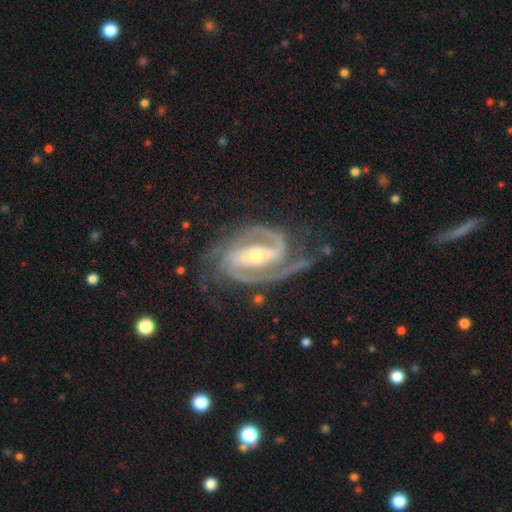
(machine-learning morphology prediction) This is clearly a featured or disk galaxy (94%). It is clearly not viewed edge-on (97%). Bar: possibly strong (51%). Spiral arm pattern: clearly yes (99%). Spiral arm count: likely 2 (63%). Spiral winding: possibly tight (47%). Central bulge: possibly small (48%). Merging: likely none (69%).